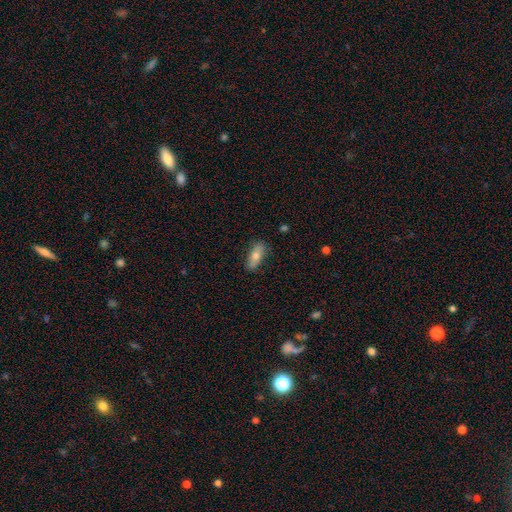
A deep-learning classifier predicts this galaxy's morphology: Smooth or featured? Predicted: smooth (p=0.65). How rounded? Predicted: in between (p=0.63). Merging? Predicted: none (p=0.85).